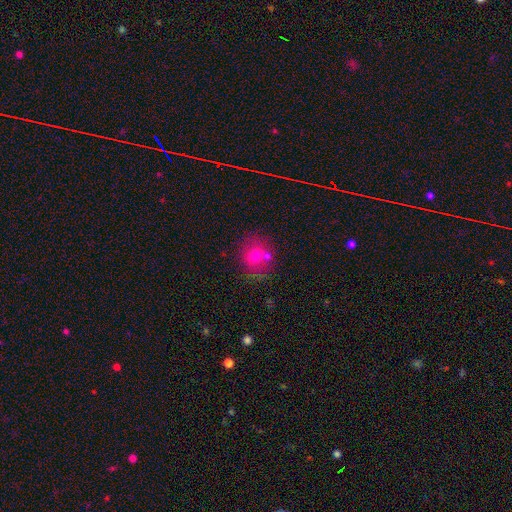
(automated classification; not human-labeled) smooth-or-featured: smooth: 67% | featured or disk: 21% | star or artifact: 12%
  how-rounded: round: 64% | in between: 35% | cigar-shaped: 1%
  merging: none: 63% | merger: 17% | minor disturbance: 15% | major disturbance: 5%